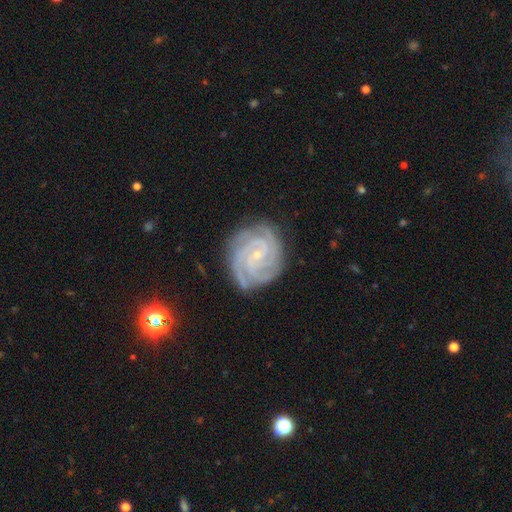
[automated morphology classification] type=featured or disk (91%); edge-on=no (98%); bar=no (52%); spiral arms=yes (99%); winding=tight (80%); arm count=3 (31%); bulge=small (84%); merging=none (80%).